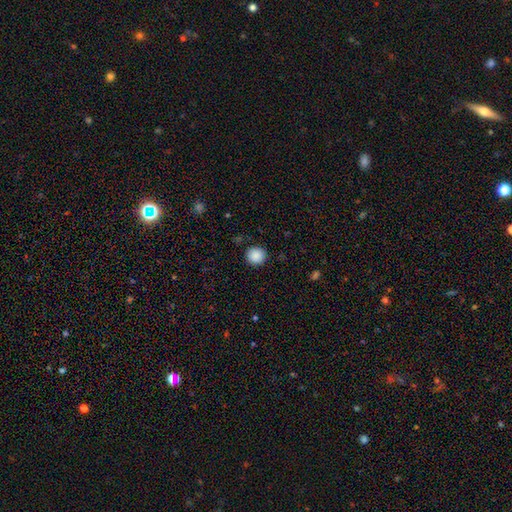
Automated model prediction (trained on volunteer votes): The model was most divided on "smooth or featured": smooth: 89%, star or artifact: 8%, featured or disk: 3%. More confident: how rounded — round (92%); merging — none (91%).